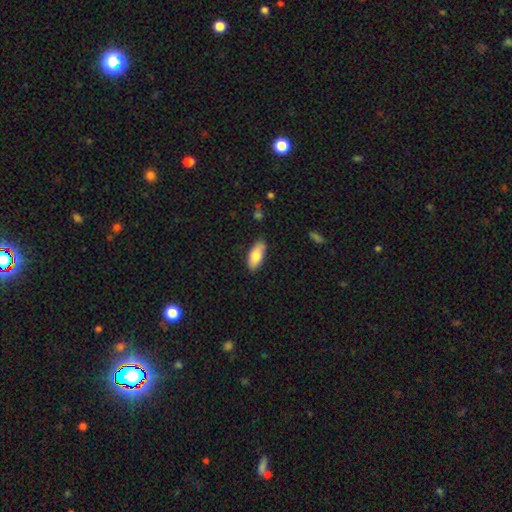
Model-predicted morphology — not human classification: A smooth galaxy with no disk features (80%) that is in between round and cigar-shaped (84%).

Vote fractions:
- Smooth or featured? smooth: 80% / featured or disk: 14% / star or artifact: 6%
- How rounded? in between: 84% / cigar-shaped: 14% / round: 2%
- Merging? none: 82% / minor disturbance: 14% / major disturbance: 2% / merger: 1%